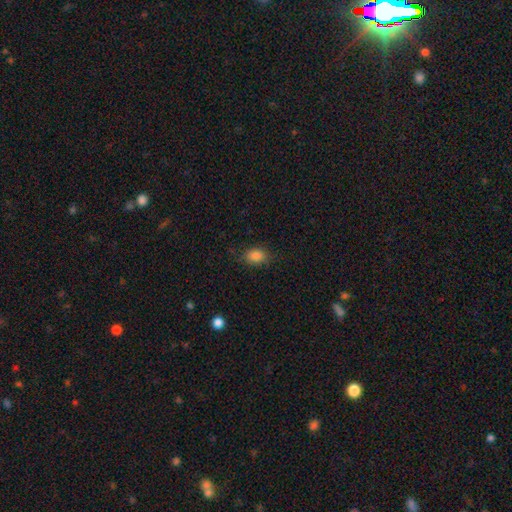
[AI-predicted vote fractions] A smooth galaxy with no disk features (86%) that is in between round and cigar-shaped (76%).

Vote fractions:
- Smooth or featured? smooth: 86% / star or artifact: 10% / featured or disk: 5%
- How rounded? in between: 76% / round: 22% / cigar-shaped: 1%
- Merging? none: 80% / minor disturbance: 15% / major disturbance: 4% / merger: 1%